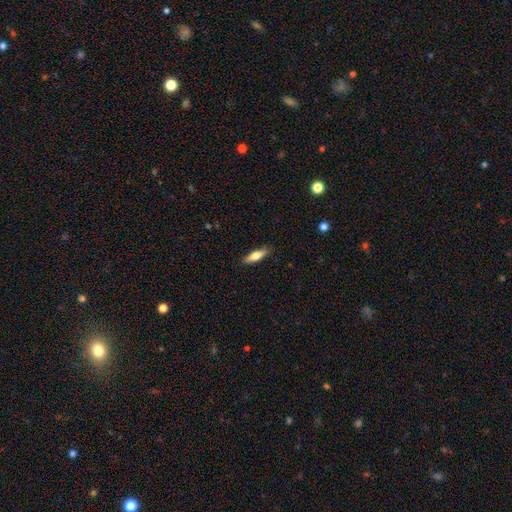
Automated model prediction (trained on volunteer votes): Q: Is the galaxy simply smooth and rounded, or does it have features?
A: smooth — 62%.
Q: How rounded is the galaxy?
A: cigar-shaped — 60%.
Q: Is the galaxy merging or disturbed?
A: none — 88%.